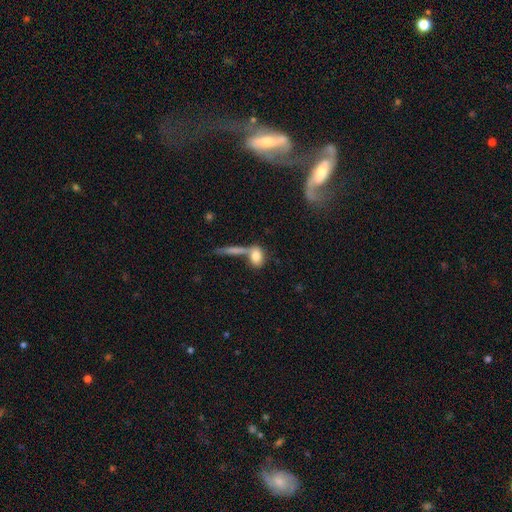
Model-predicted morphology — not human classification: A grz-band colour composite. It shows a smooth galaxy with no disk features (76%) that is in between round and cigar-shaped (65%). Merging: none (43%).